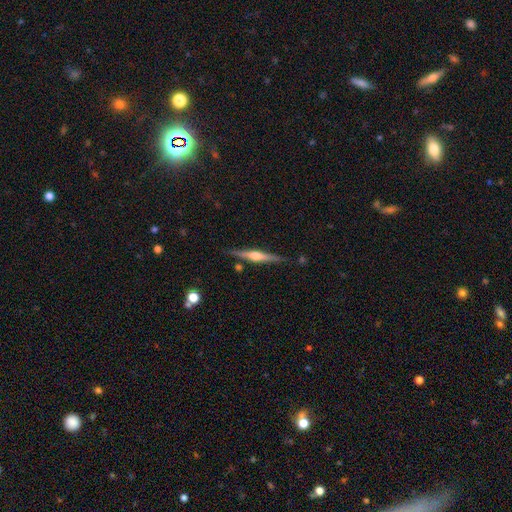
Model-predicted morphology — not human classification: smooth-or-featured: featured or disk: 72% | smooth: 22% | star or artifact: 6%
  disk-edge-on: yes: 98% | no: 2%
    edge-on-bulge: rounded: 88% | boxy: 7% | none: 4%
  merging: none: 85% | minor disturbance: 10% | merger: 3% | major disturbance: 2%